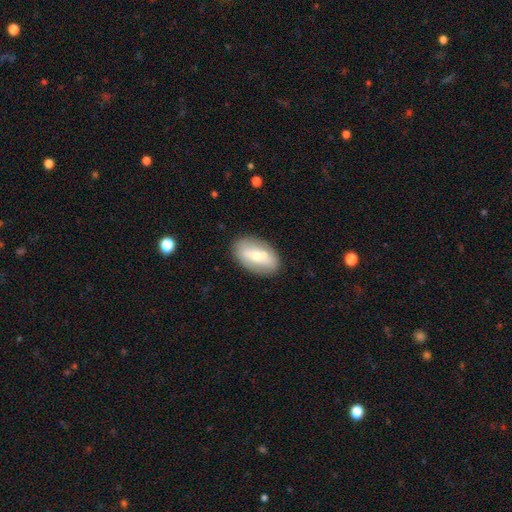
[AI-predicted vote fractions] Smooth or featured?
  - smooth: 54% *
  - featured or disk: 40%
  - star or artifact: 7%
How rounded?
  - in between: 91% *
  - round: 6%
  - cigar-shaped: 3%
Merging?
  - none: 78% *
  - minor disturbance: 14%
  - merger: 4%
  - major disturbance: 4%